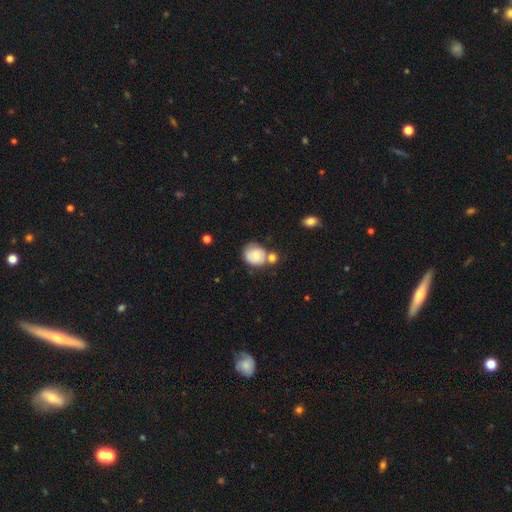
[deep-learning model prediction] Smooth or featured?
  - smooth: 64% *
  - featured or disk: 28%
  - star or artifact: 8%
How rounded?
  - round: 73% *
  - in between: 26%
  - cigar-shaped: 1%
Merging?
  - none: 45% *
  - merger: 29%
  - minor disturbance: 19%
  - major disturbance: 7%